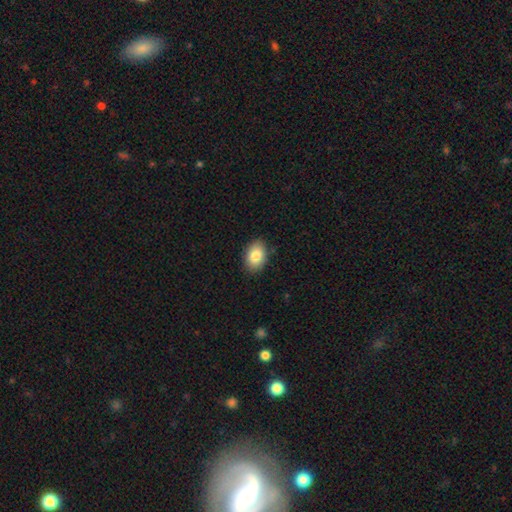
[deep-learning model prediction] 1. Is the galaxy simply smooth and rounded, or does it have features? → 84% smooth, 8% featured or disk, 7% star or artifact.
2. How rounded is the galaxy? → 82% in between, 17% round, 1% cigar-shaped.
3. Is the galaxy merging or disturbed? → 87% none, 9% minor disturbance, 2% major disturbance, 1% merger.